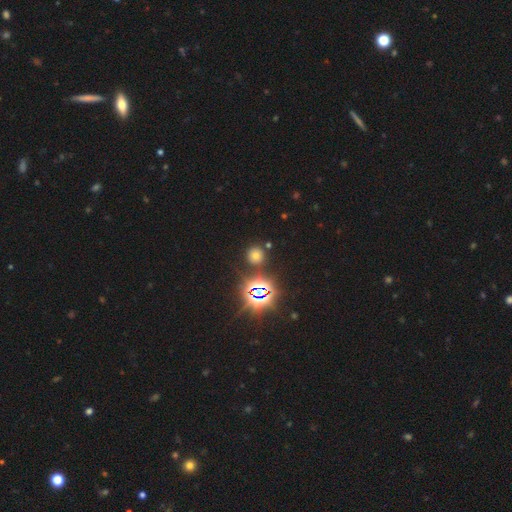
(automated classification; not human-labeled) Morphology: type=smooth (54%); roundness=round (90%); merging=none (85%).